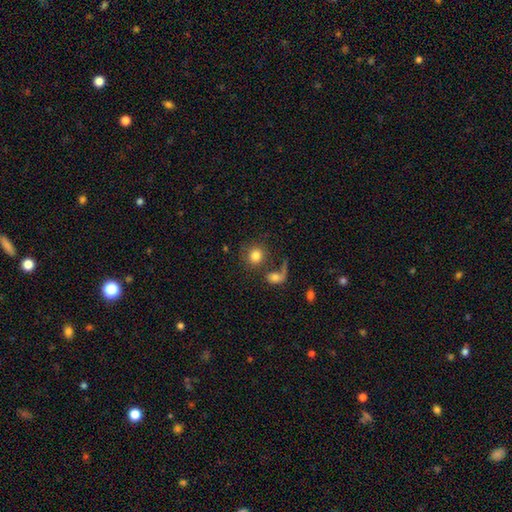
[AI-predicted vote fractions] The model was most divided on "merging": none: 51%, merger: 26%, major disturbance: 13%, minor disturbance: 11%. More confident: how rounded — round (81%); smooth or featured — smooth (79%).